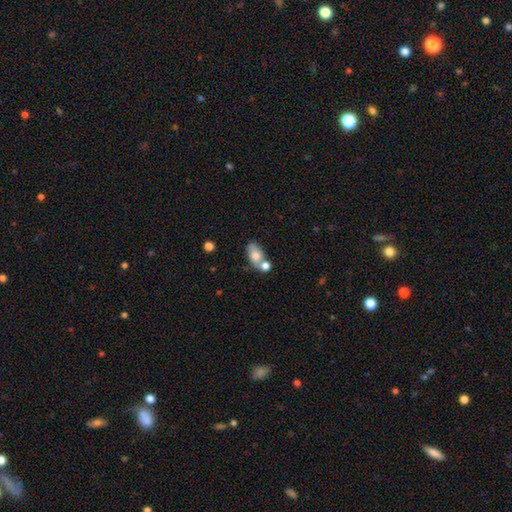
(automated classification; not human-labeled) Morphology: type=smooth (70%); roundness=in between (86%); merging=none (42%).